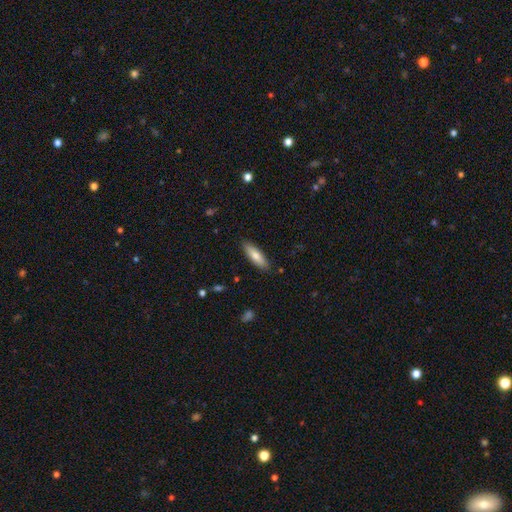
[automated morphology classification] A smooth galaxy with no disk features (77%) that is cigar-shaped (52%). Merging: none (87%).